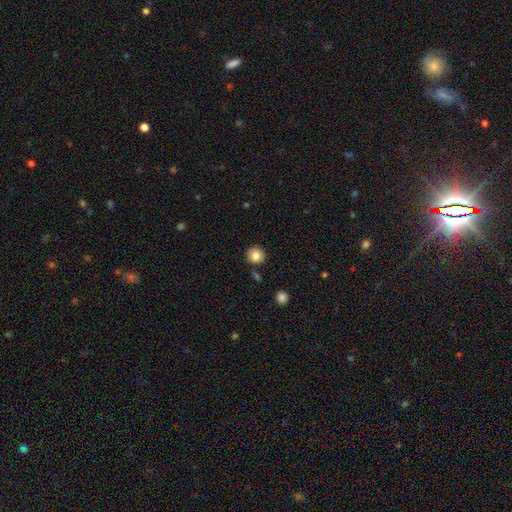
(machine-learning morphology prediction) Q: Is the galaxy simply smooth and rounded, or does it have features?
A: smooth — 83%.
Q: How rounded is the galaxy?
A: round — 93%.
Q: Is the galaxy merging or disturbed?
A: none — 87%.